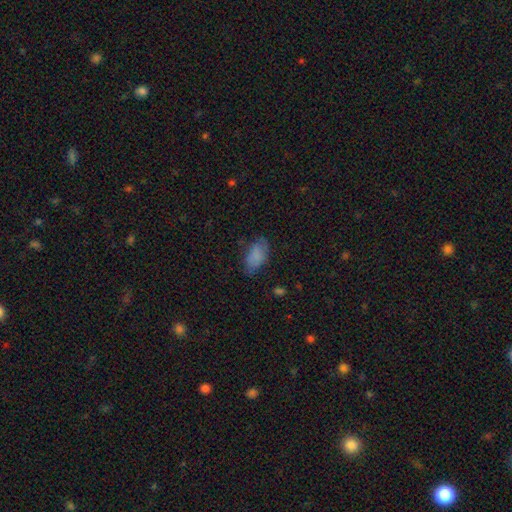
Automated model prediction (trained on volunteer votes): A smooth galaxy with no disk features (80%) that is in between round and cigar-shaped (92%).

Vote fractions:
- Smooth or featured? smooth: 80% / featured or disk: 11% / star or artifact: 8%
- How rounded? in between: 92% / round: 4% / cigar-shaped: 4%
- Merging? none: 65% / minor disturbance: 25% / major disturbance: 8% / merger: 2%